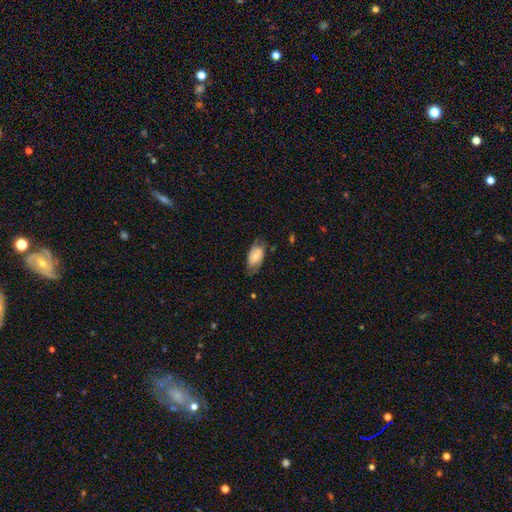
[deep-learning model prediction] smooth 60%, featured or disk 33%, star or artifact 7%. Down the decision tree: how rounded — in between (92%); merging — none (61%).